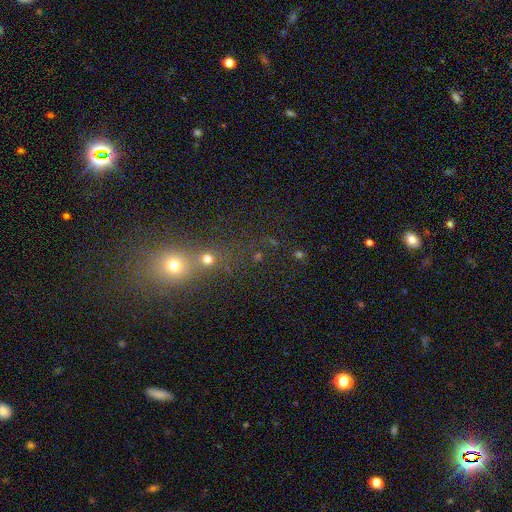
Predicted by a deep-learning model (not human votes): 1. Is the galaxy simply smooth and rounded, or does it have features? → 45% star or artifact, 42% smooth, 12% featured or disk.